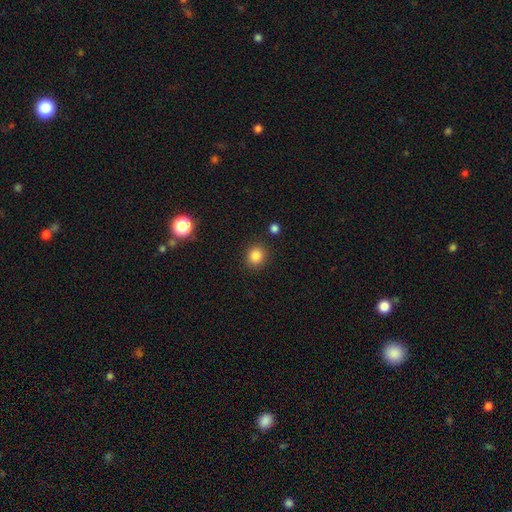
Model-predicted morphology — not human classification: This is clearly a smooth galaxy (85%). How rounded: clearly round (83%). Merging: clearly none (88%).